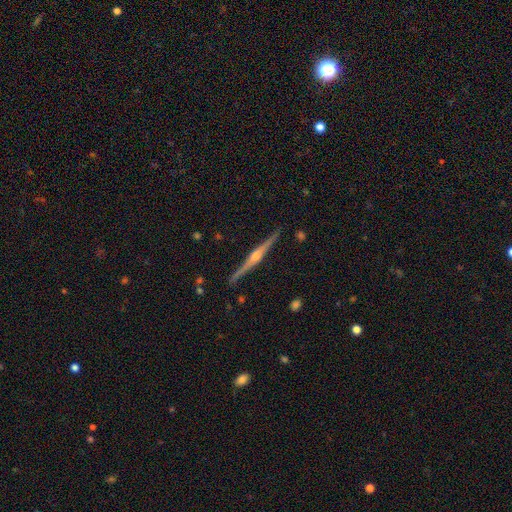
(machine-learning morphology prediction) featured or disk 88%, smooth 7%, star or artifact 5%. Down the decision tree: edge-on disk — yes (99%); edge-on bulge — rounded (92%); merging — none (92%).